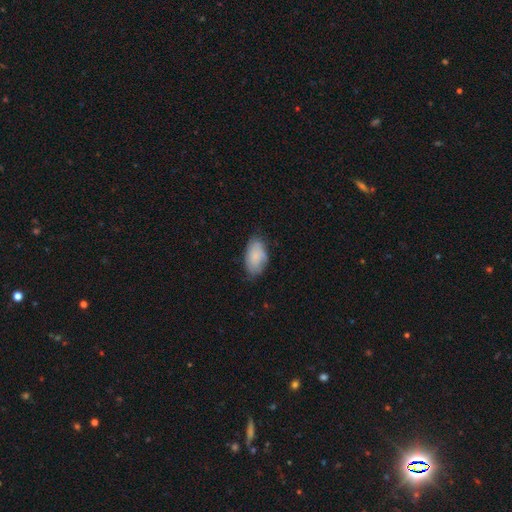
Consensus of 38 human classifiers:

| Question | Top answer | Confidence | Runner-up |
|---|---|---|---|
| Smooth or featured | smooth | 79% | featured or disk (18%) |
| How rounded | in between | 100% | — |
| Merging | none | 51% | minor disturbance (49%) |